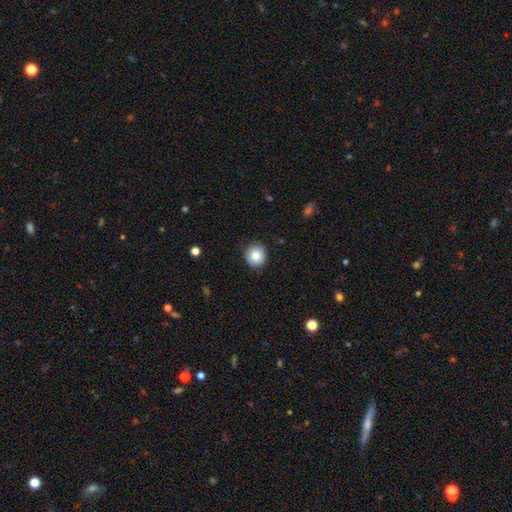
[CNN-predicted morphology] smooth-or-featured: smooth: 84% | star or artifact: 9% | featured or disk: 7%
  how-rounded: round: 90% | in between: 9% | cigar-shaped: 1%
  merging: none: 87% | minor disturbance: 10% | major disturbance: 2% | merger: 1%